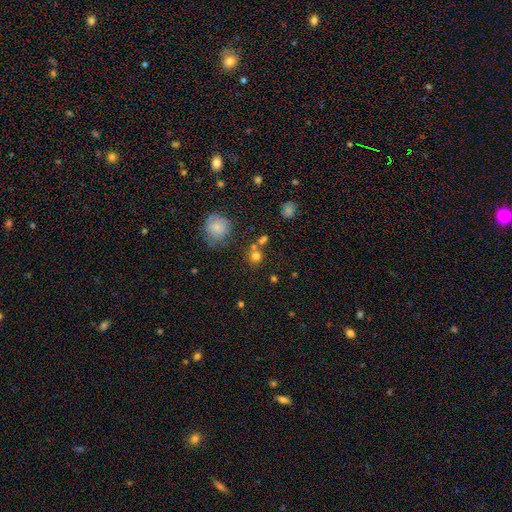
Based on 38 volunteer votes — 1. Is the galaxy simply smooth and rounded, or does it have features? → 79% smooth, 13% featured or disk, 8% star or artifact.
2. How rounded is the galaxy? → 83% round, 13% in between, 3% cigar-shaped.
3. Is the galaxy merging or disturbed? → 43% none, 31% merger, 20% minor disturbance, 6% major disturbance.